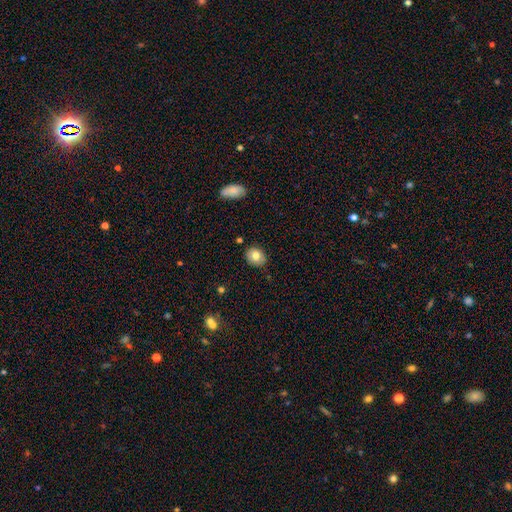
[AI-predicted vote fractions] Smooth or featured: smooth — 78% (featured or disk — 13%)
How rounded: round — 59% (in between — 40%)
Merging: none — 84% (minor disturbance — 12%)